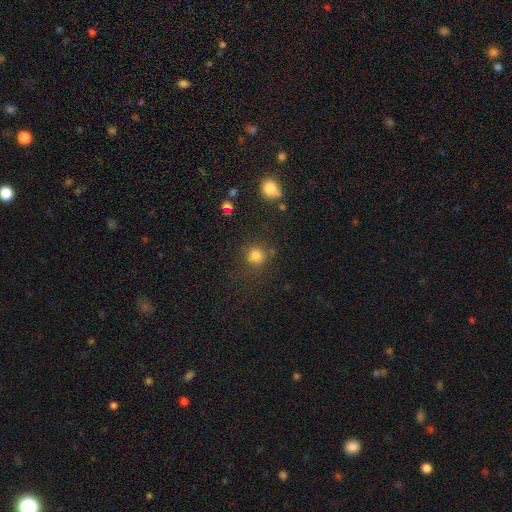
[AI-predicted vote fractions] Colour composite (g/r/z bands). It shows a smooth galaxy with no disk features (81%) that is round (91%). Merging: none (78%).